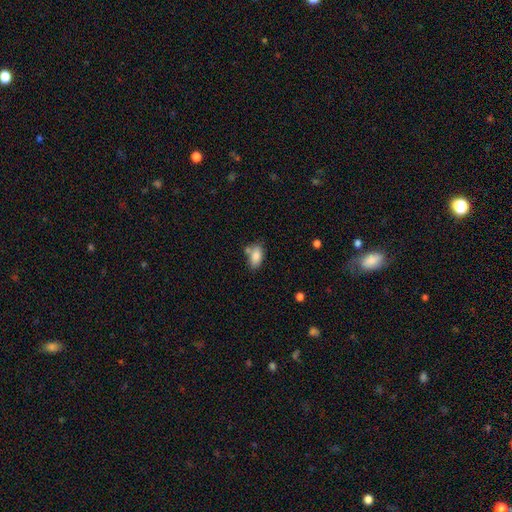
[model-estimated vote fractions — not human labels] smooth_or_featured: smooth (p=0.85) [alt: star or artifact p=0.08]
how_rounded: in between (p=0.91) [alt: round p=0.06]
merging: none (p=0.60) [alt: merger p=0.18]